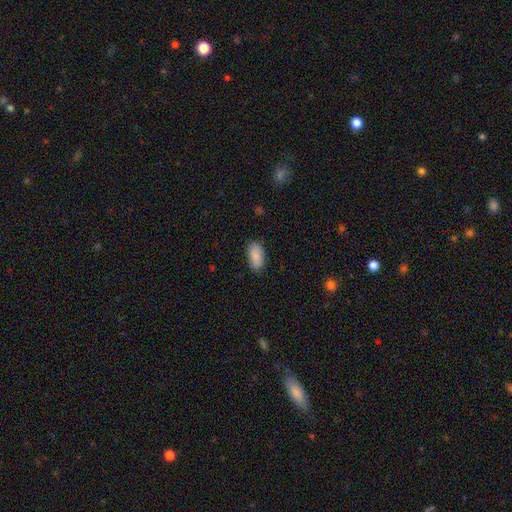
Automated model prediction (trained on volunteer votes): Q: Smooth or featured?
A: smooth (88%); runner-up: star or artifact (6%)
Q: How rounded?
A: in between (93%); runner-up: cigar-shaped (4%)
Q: Merging?
A: none (85%); runner-up: minor disturbance (12%)